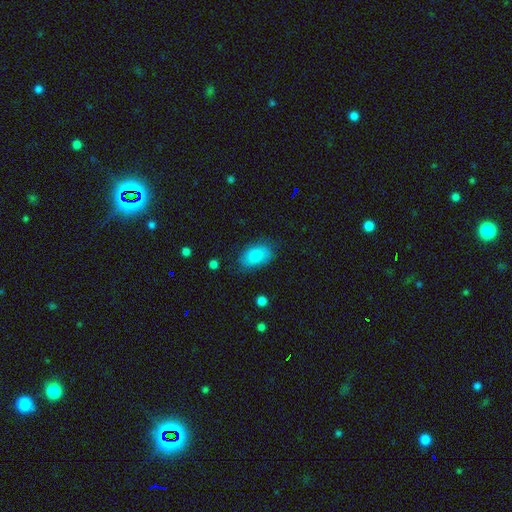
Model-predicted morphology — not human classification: A smooth galaxy with no disk features (82%) that is in between round and cigar-shaped (92%). Merging: none (74%).